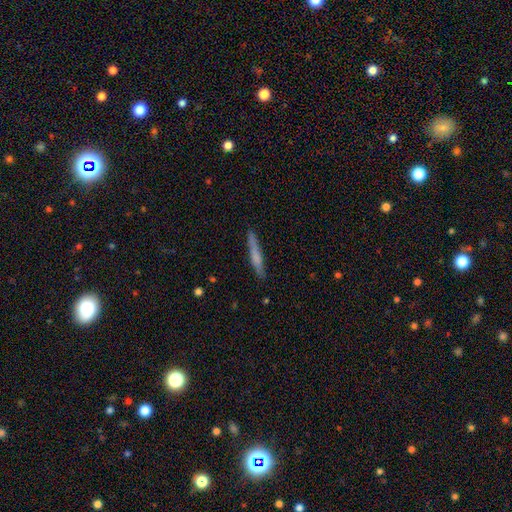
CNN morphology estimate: smooth_or_featured: smooth (p=0.60) [alt: featured or disk p=0.34]
how_rounded: cigar-shaped (p=0.95) [alt: in between p=0.04]
merging: none (p=0.86) [alt: minor disturbance p=0.10]